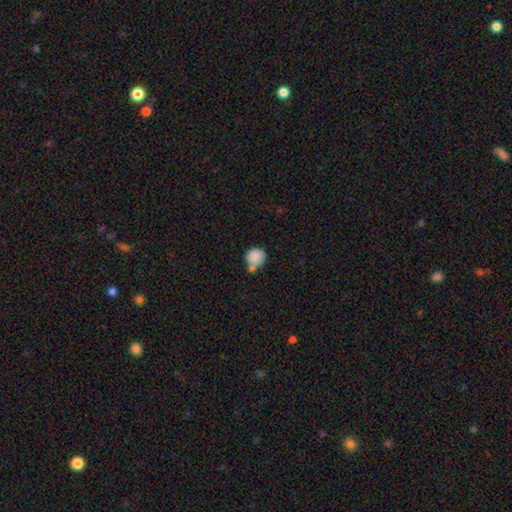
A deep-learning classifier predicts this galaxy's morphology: Smooth or featured?
  - smooth: 85% *
  - star or artifact: 8%
  - featured or disk: 6%
How rounded?
  - round: 83% *
  - in between: 16%
  - cigar-shaped: 1%
Merging?
  - none: 48% *
  - merger: 30%
  - minor disturbance: 16%
  - major disturbance: 6%